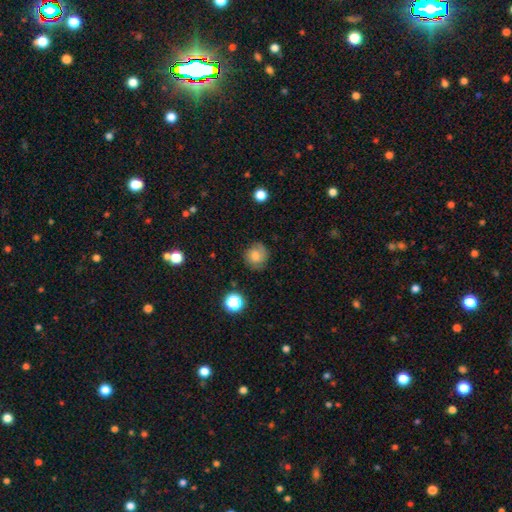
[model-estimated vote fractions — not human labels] smooth_or_featured: smooth (p=0.71) [alt: featured or disk p=0.17]
how_rounded: round (p=0.84) [alt: in between p=0.15]
merging: none (p=0.77) [alt: minor disturbance p=0.17]